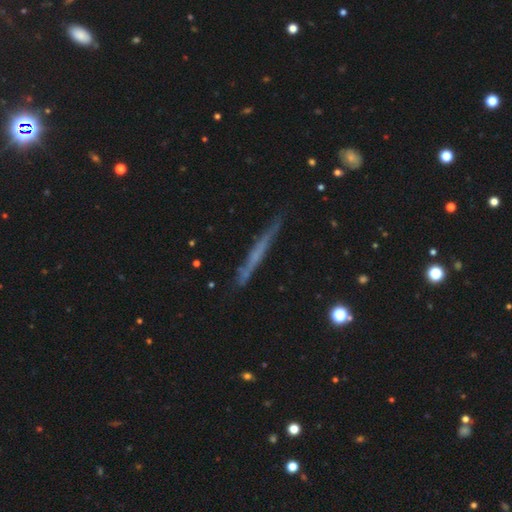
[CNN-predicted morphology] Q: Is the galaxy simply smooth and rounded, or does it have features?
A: featured or disk — 56%.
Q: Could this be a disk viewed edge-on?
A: yes — 94%.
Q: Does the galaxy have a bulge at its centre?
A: none — 81%.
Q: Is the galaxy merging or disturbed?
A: none — 84%.